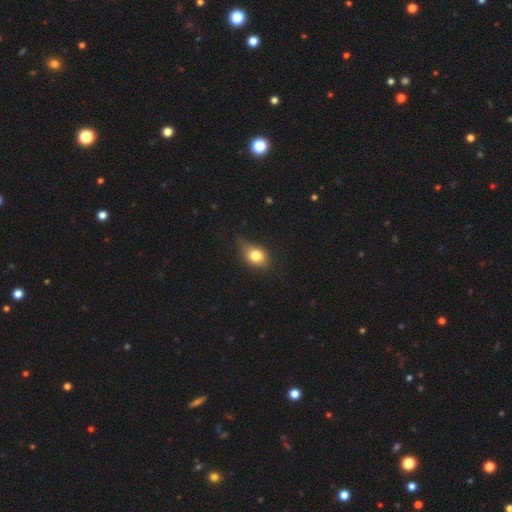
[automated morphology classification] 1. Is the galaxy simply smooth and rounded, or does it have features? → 78% smooth, 11% featured or disk, 10% star or artifact.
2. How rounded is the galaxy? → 60% in between, 38% round, 2% cigar-shaped.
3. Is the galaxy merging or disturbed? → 55% none, 36% minor disturbance, 8% major disturbance, 2% merger.